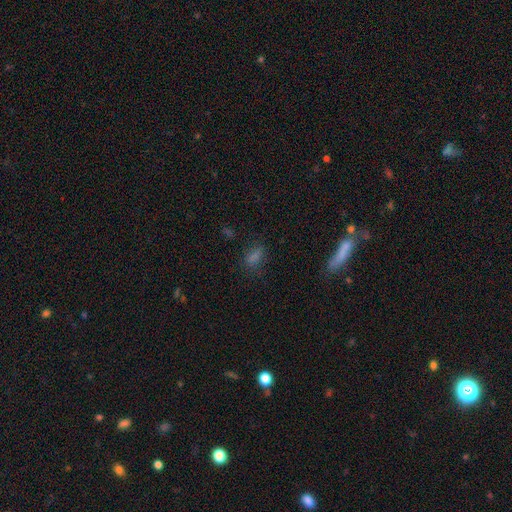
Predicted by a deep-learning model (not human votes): smooth 70%, star or artifact 18%, featured or disk 11%. Down the decision tree: how rounded — in between (65%); merging — none (70%).